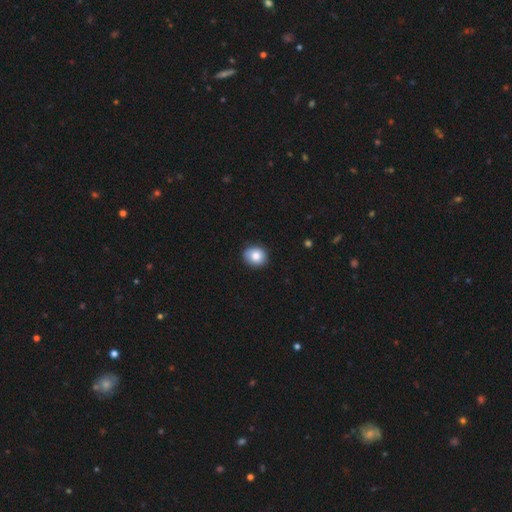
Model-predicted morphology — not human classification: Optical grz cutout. It shows a smooth galaxy with no disk features (84%) that is round (72%). Merging: none (87%).